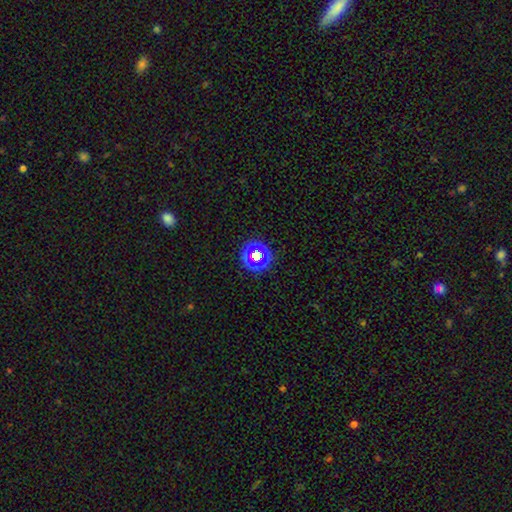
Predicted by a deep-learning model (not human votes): A star or artifact, not a galaxy (46%).